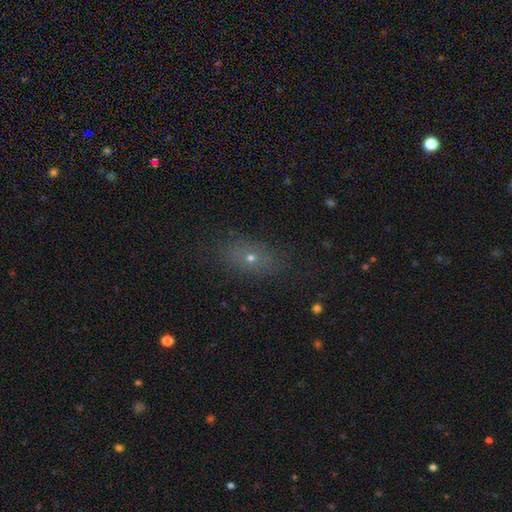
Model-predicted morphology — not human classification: Overall: smooth (56%; star or artifact 27%). How rounded: in between (74%). Merging: none (82%).